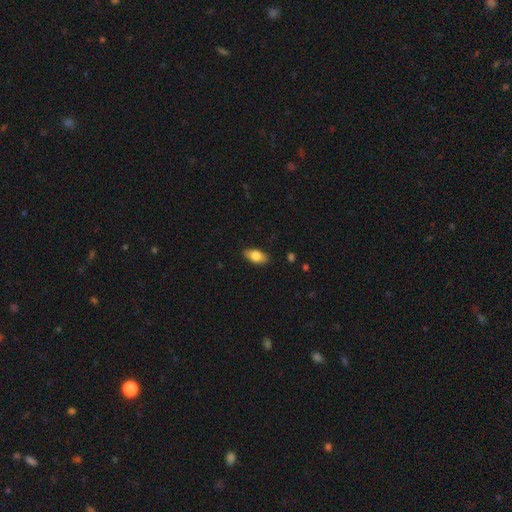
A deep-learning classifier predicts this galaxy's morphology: Overall: smooth (80%). How rounded: in between (90%). Merging: none (86%).